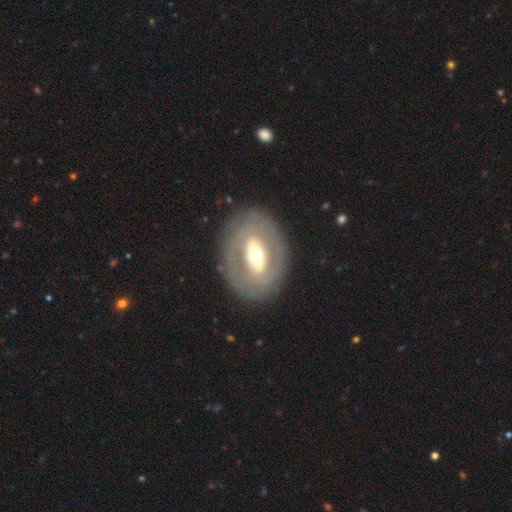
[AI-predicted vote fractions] This appears to be a featured or disk galaxy (69%) with a strong bar (43%), no spiral arms (72%) and a moderate central bulge (66%). Merging: none (80%).